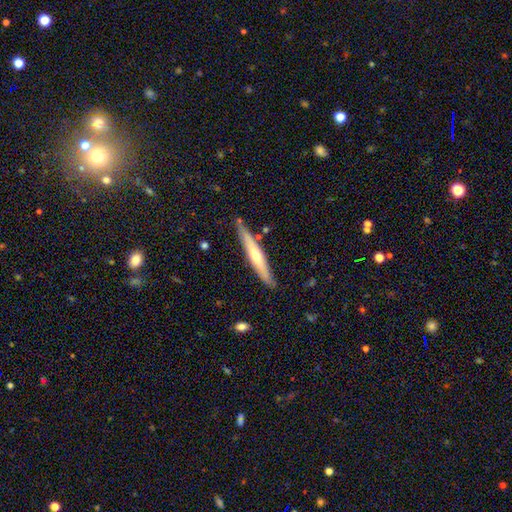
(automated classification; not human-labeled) A featured or disk galaxy (55%) viewed edge-on (92%) with a rounded central bulge (75%). Merging: none (85%).